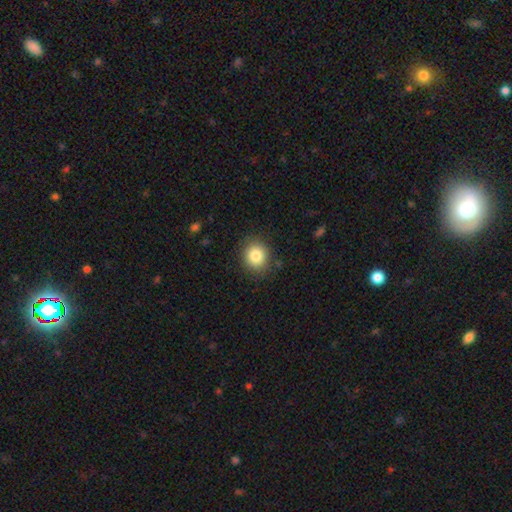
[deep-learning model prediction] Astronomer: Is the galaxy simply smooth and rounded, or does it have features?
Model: smooth — 83%.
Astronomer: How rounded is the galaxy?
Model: round — 81%.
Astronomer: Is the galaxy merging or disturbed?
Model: none — 87%.